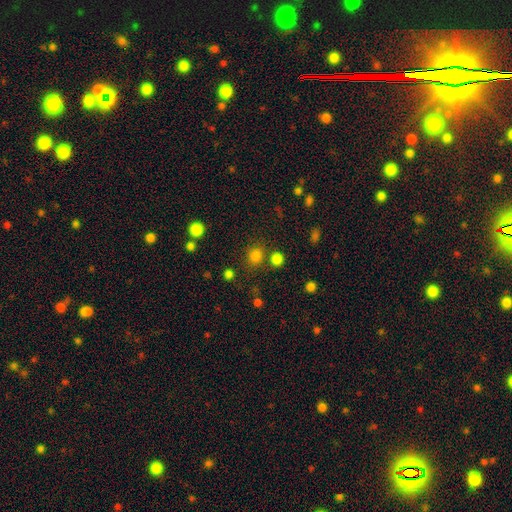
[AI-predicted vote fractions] Smooth or featured: smooth — 79% (star or artifact — 16%)
How rounded: round — 83% (in between — 16%)
Merging: none — 77% (merger — 11%)